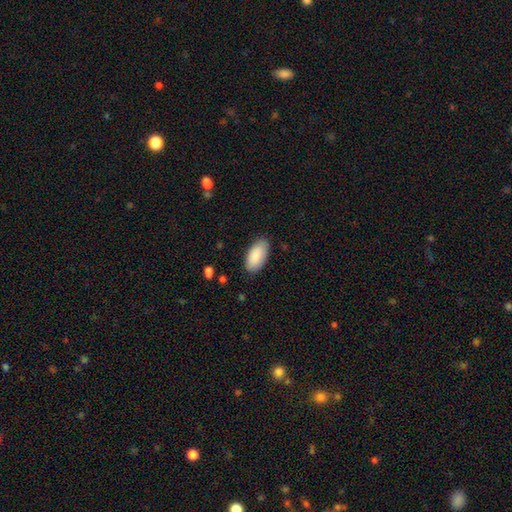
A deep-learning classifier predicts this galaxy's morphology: Smooth or featured? Predicted: smooth (p=0.89). How rounded? Predicted: in between (p=0.95). Merging? Predicted: none (p=0.84).